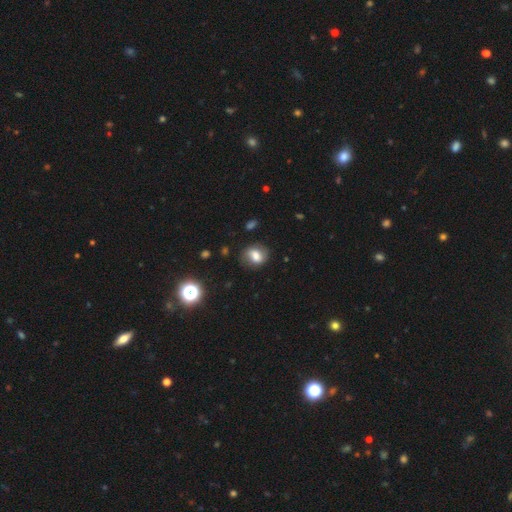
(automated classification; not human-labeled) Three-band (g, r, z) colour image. It shows a smooth galaxy with no disk features (66%) that is in between round and cigar-shaped (54%). Merging: none (73%).